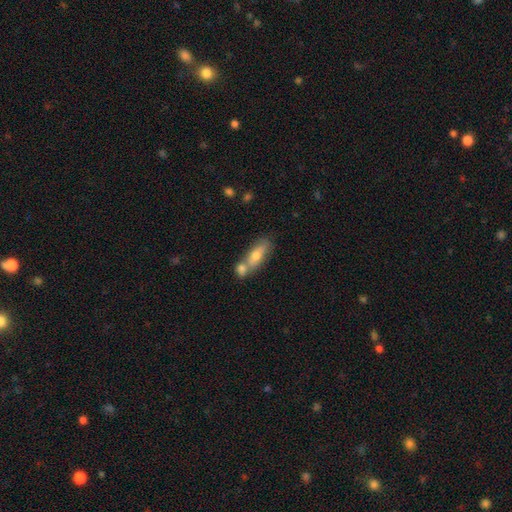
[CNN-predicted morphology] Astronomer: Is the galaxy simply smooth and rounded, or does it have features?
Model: smooth — 65%.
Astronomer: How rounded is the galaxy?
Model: in between — 61%.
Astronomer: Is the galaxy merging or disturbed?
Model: merger — 47% (runner-up: none, 38%).